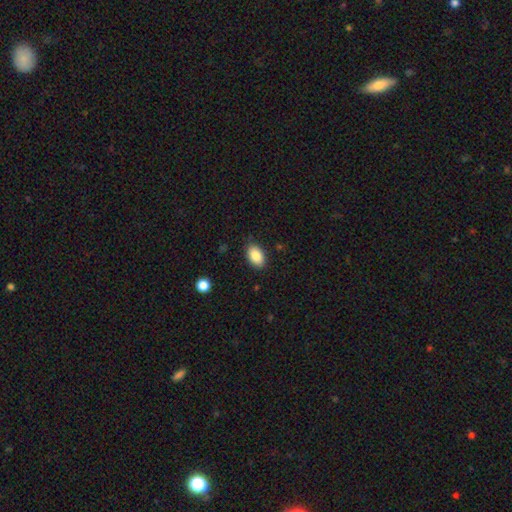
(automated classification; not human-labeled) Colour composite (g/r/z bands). It shows a smooth galaxy with no disk features (87%) that is in between round and cigar-shaped (91%). Merging: none (85%).